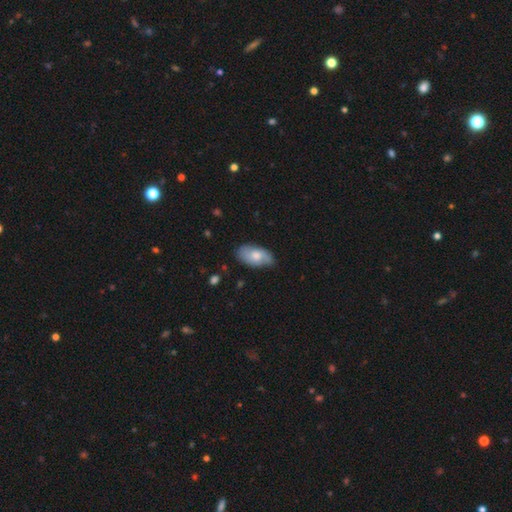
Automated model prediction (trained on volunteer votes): This is possibly a smooth galaxy (56%). How rounded: clearly in between (93%). Merging: likely none (72%).